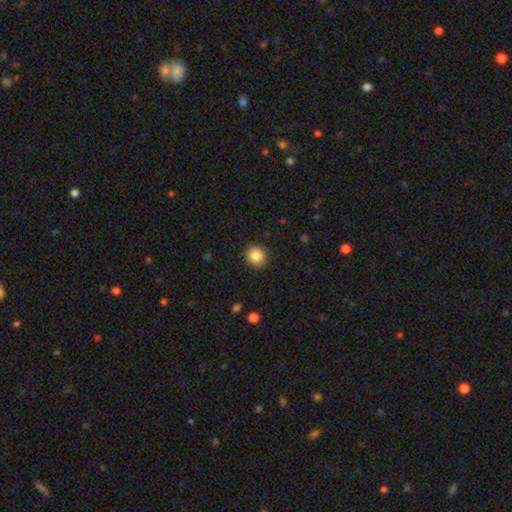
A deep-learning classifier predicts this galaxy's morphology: A smooth galaxy with no disk features (86%) that is round (72%). Merging: none (90%).